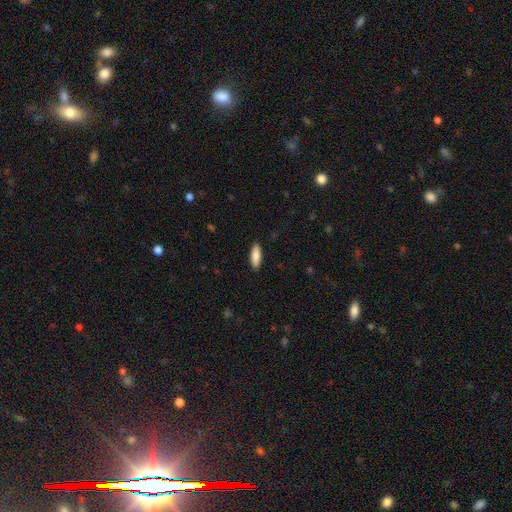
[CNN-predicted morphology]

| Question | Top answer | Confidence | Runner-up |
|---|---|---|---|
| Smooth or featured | smooth | 88% | featured or disk (7%) |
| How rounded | in between | 59% | cigar-shaped (39%) |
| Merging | none | 90% | minor disturbance (8%) |